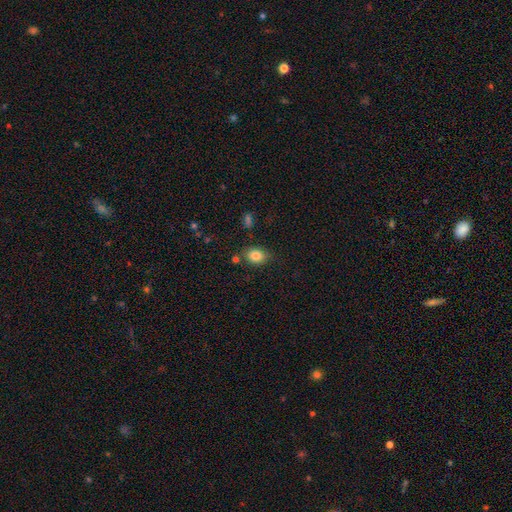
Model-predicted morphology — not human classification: Smooth or featured: smooth — 84% (star or artifact — 9%)
How rounded: in between — 66% (round — 33%)
Merging: none — 76% (minor disturbance — 15%)